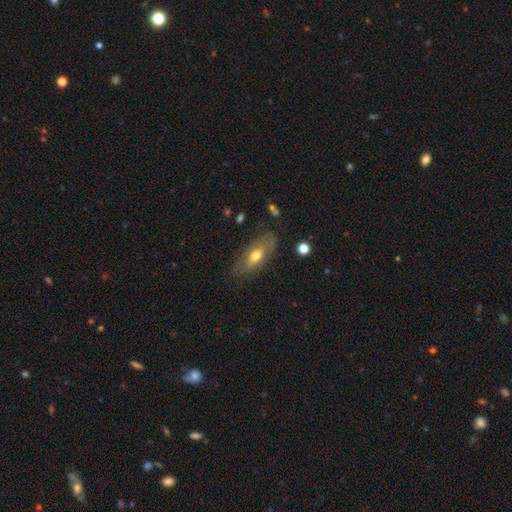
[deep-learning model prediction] smooth-or-featured: smooth: 53% | featured or disk: 40% | star or artifact: 7%
  how-rounded: in between: 76% | cigar-shaped: 20% | round: 4%
  merging: none: 75% | minor disturbance: 18% | major disturbance: 6% | merger: 2%